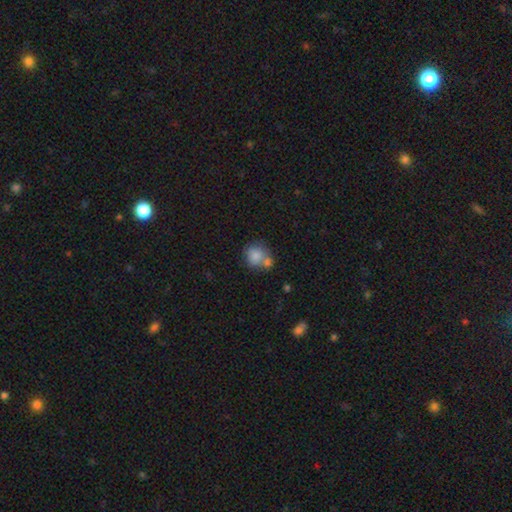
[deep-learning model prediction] Smooth or featured?
  - smooth: 81% *
  - featured or disk: 10%
  - star or artifact: 9%
How rounded?
  - round: 78% *
  - in between: 21%
  - cigar-shaped: 1%
Merging?
  - none: 42% *
  - merger: 39%
  - minor disturbance: 13%
  - major disturbance: 6%